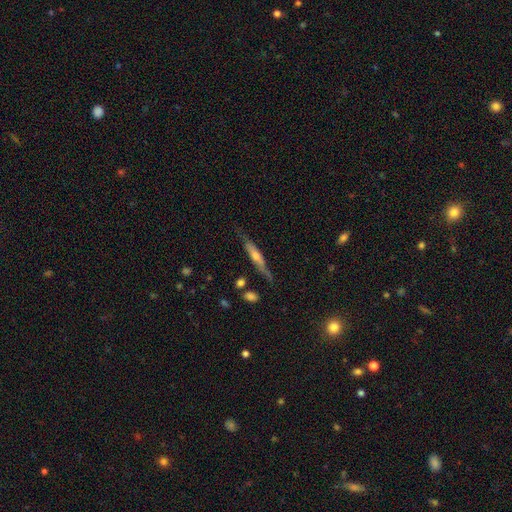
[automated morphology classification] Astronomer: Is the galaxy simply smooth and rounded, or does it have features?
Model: featured or disk — 70%.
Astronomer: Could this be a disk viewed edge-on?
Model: yes — 93%.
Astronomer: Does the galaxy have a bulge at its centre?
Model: rounded — 75%.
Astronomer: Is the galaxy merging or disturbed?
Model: none — 78%.